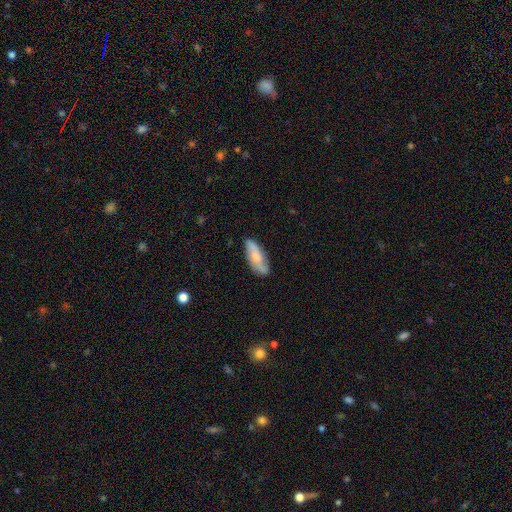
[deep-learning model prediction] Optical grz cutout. It shows a smooth galaxy with no disk features (56%) that is in between round and cigar-shaped (66%). Merging: none (76%).